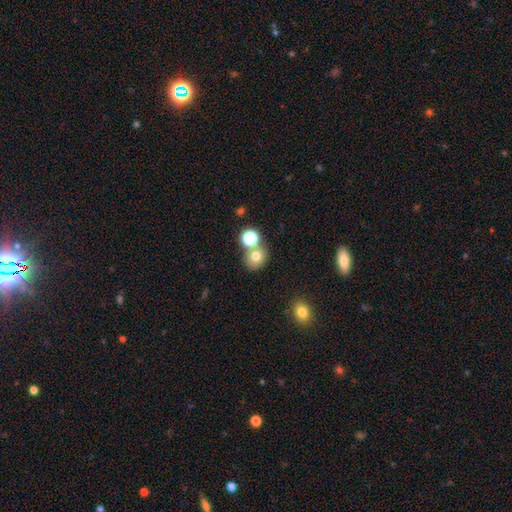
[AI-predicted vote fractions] smooth_or_featured: smooth (p=0.72) [alt: star or artifact p=0.17]
how_rounded: round (p=0.71) [alt: in between p=0.28]
merging: none (p=0.59) [alt: merger p=0.28]